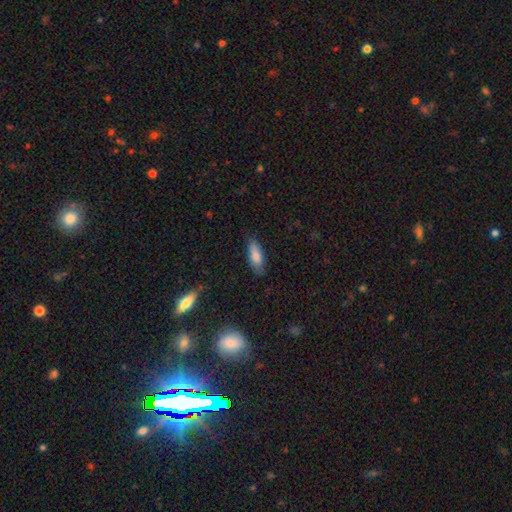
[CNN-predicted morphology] Smooth or featured: smooth — 83% (featured or disk — 11%)
How rounded: in between — 65% (cigar-shaped — 33%)
Merging: none — 79% (minor disturbance — 17%)